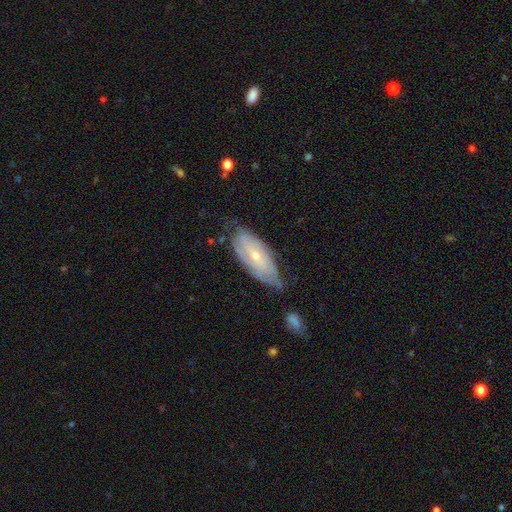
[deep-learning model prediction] Q: Smooth or featured?
A: featured or disk (66%); runner-up: smooth (27%)
Q: Edge-on disk?
A: no (87%); runner-up: yes (13%)
Q: Bar?
A: no (59%); runner-up: weak (31%)
Q: Spiral arms?
A: yes (80%); runner-up: no (20%)
Q: Bulge size?
A: small (69%); runner-up: moderate (28%)
Q: Merging?
A: none (53%); runner-up: minor disturbance (33%)